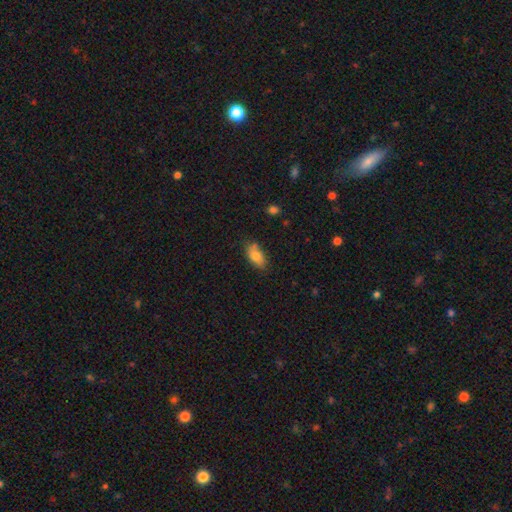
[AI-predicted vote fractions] A smooth galaxy with no disk features (78%) that is in between round and cigar-shaped (90%).

Vote fractions:
- Smooth or featured? smooth: 78% / featured or disk: 14% / star or artifact: 8%
- How rounded? in between: 90% / cigar-shaped: 6% / round: 4%
- Merging? none: 74% / minor disturbance: 19% / merger: 4% / major disturbance: 3%